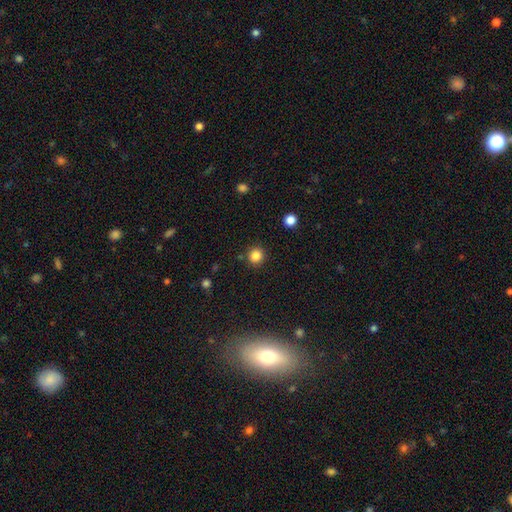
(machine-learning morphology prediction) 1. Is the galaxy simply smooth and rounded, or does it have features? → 84% smooth, 12% star or artifact, 4% featured or disk.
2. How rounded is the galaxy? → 91% round, 8% in between, 1% cigar-shaped.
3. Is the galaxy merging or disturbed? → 89% none, 7% minor disturbance, 3% merger, 2% major disturbance.